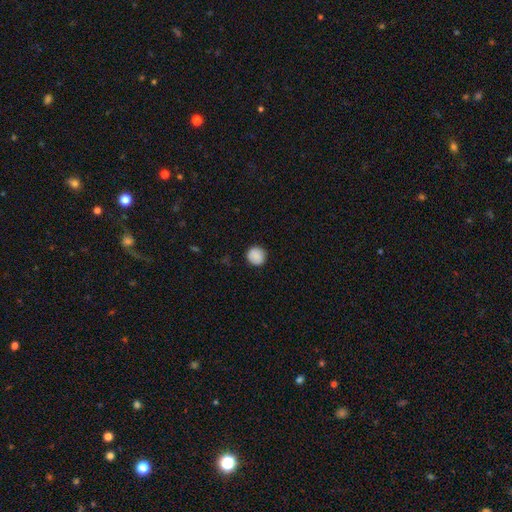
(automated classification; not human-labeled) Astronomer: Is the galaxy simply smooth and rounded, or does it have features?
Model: smooth — 88%.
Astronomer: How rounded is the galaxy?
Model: round — 93%.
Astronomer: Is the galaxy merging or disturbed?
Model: none — 89%.